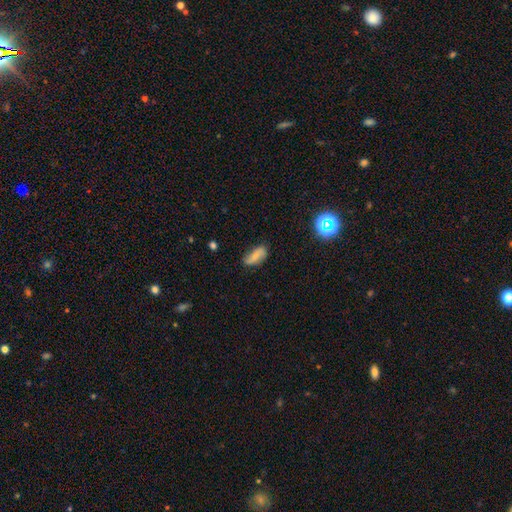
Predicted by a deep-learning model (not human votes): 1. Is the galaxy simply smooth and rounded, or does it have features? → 61% smooth, 29% featured or disk, 10% star or artifact.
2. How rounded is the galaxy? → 80% in between, 16% cigar-shaped, 4% round.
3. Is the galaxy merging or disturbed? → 69% none, 24% minor disturbance, 5% major disturbance, 2% merger.